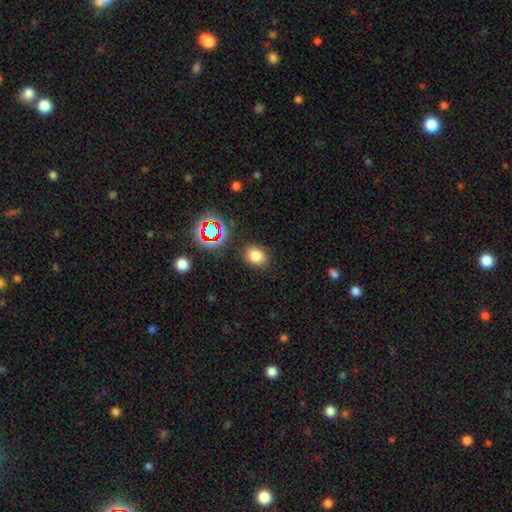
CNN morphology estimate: smooth 77%, star or artifact 16%, featured or disk 7%. Down the decision tree: how rounded — in between (57%); merging — none (85%).